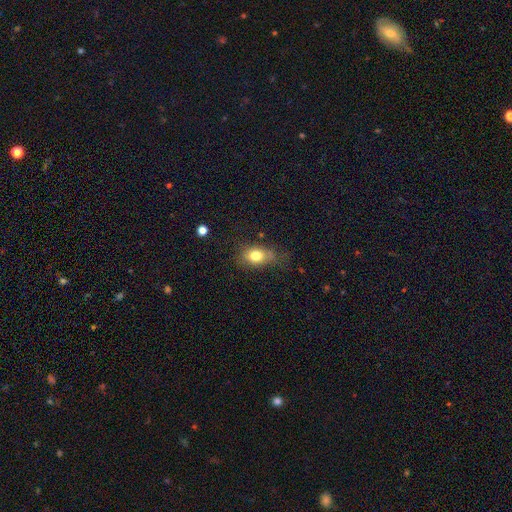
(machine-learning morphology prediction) smooth 77%, featured or disk 12%, star or artifact 11%. Down the decision tree: how rounded — in between (68%); merging — none (59%).